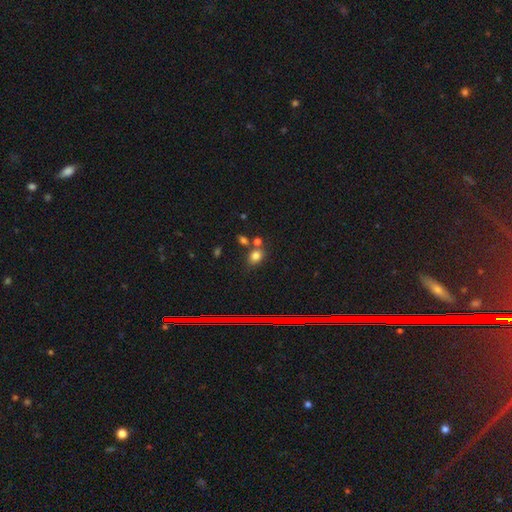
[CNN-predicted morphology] Q: Smooth or featured?
A: smooth (73%); runner-up: star or artifact (18%)
Q: How rounded?
A: in between (51%); runner-up: round (47%)
Q: Merging?
A: none (62%); runner-up: merger (23%)